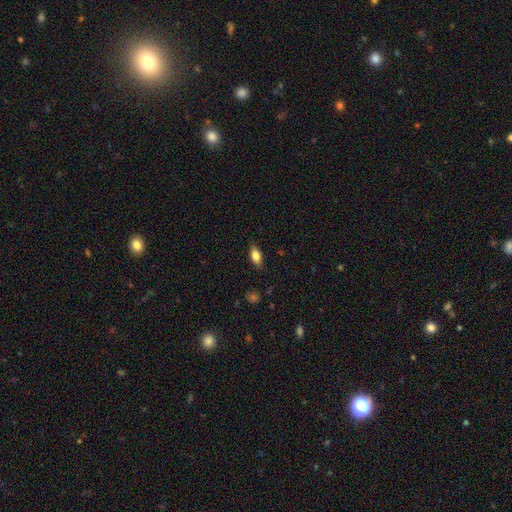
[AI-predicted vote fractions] This appears to be a smooth galaxy with no disk features (77%) that is in between round and cigar-shaped (85%). Merging: none (83%).